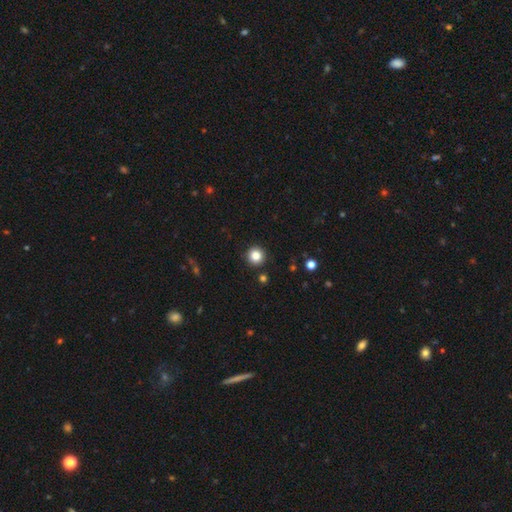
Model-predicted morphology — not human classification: Smooth or featured? Predicted: smooth (p=0.85). How rounded? Predicted: round (p=0.95). Merging? Predicted: none (p=0.92).